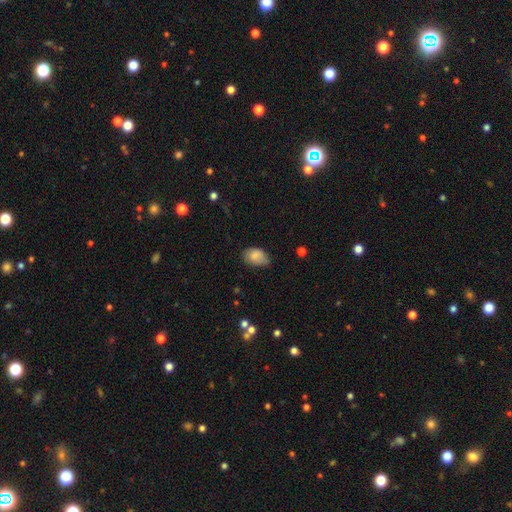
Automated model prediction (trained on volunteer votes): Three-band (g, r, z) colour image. It shows a smooth galaxy with no disk features (83%) that is in between round and cigar-shaped (87%). Merging: none (61%).